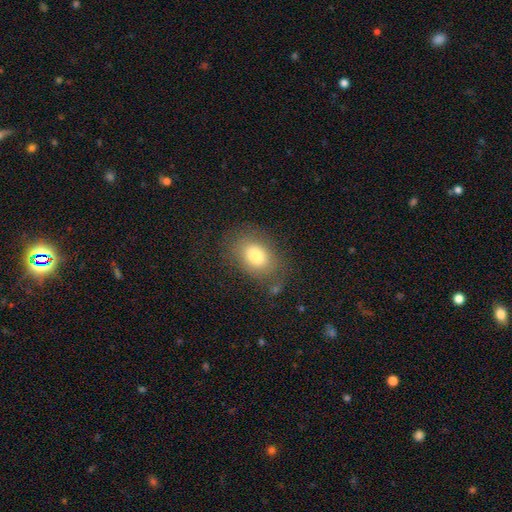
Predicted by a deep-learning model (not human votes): Smooth or featured? Predicted: smooth (p=0.77). How rounded? Predicted: in between (p=0.77). Merging? Predicted: none (p=0.73).